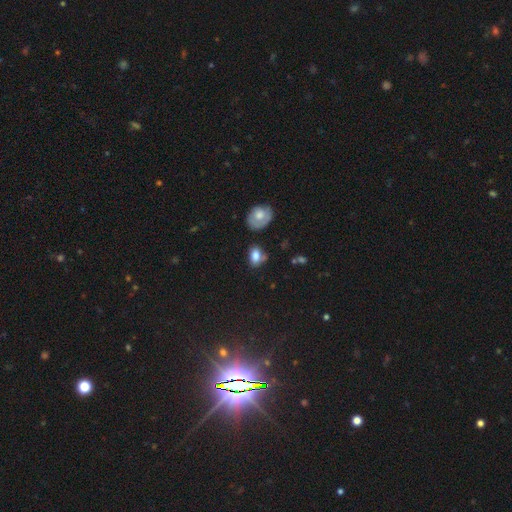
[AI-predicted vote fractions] Q: Smooth or featured?
A: smooth (80%); runner-up: star or artifact (10%)
Q: How rounded?
A: in between (81%); runner-up: round (17%)
Q: Merging?
A: none (53%); runner-up: minor disturbance (27%)